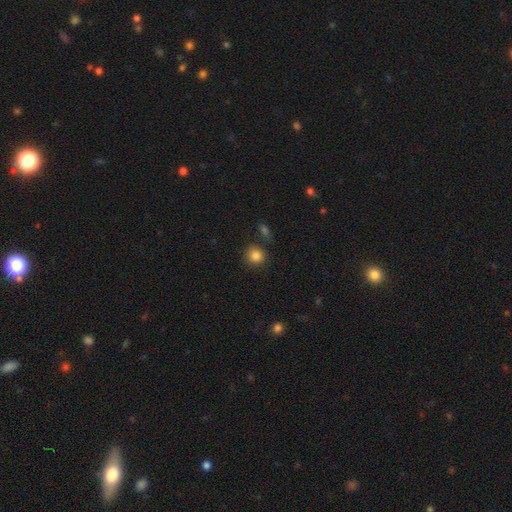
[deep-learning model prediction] This is clearly a smooth galaxy (84%). How rounded: clearly round (90%). Merging: clearly none (83%).